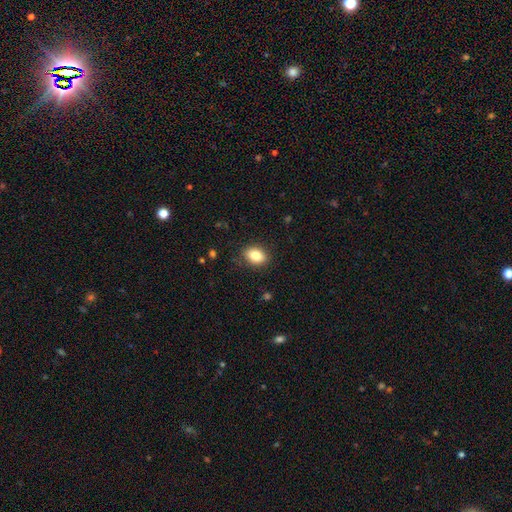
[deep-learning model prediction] Smooth or featured? Predicted: smooth (p=0.84). How rounded? Predicted: in between (p=0.72). Merging? Predicted: none (p=0.86).